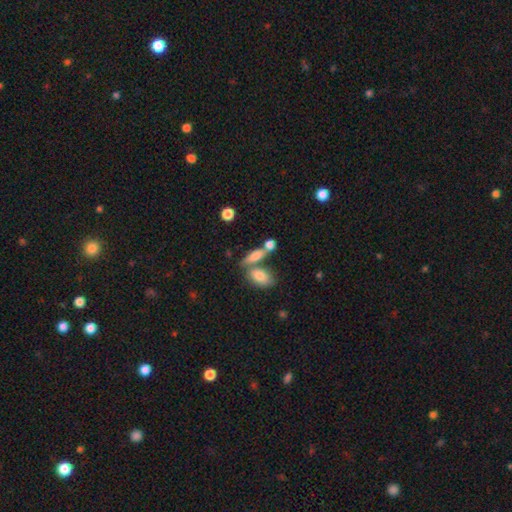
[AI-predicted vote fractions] This is likely a smooth galaxy (73%). How rounded: possibly in between (59%). Merging: marginally none (43%).